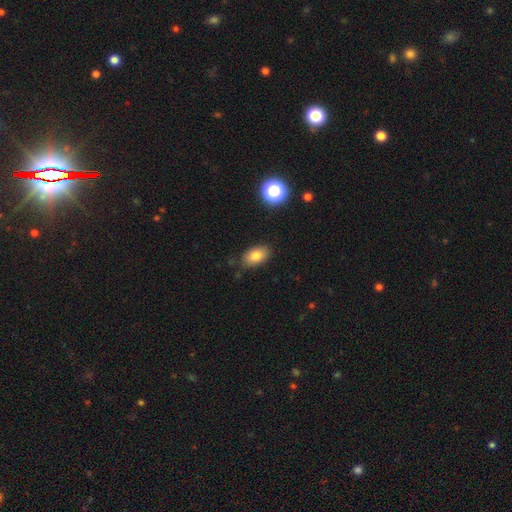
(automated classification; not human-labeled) smooth 81%, star or artifact 10%, featured or disk 9%. Down the decision tree: how rounded — in between (90%); merging — none (82%).